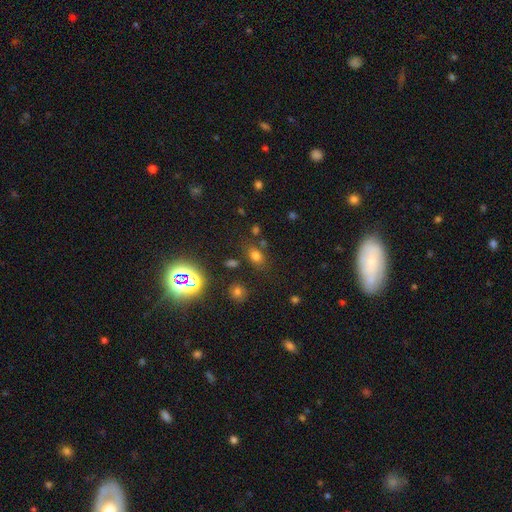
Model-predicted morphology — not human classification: smooth_or_featured: smooth (p=0.66) [alt: star or artifact p=0.25]
how_rounded: in between (p=0.70) [alt: round p=0.28]
merging: none (p=0.75) [alt: minor disturbance p=0.13]